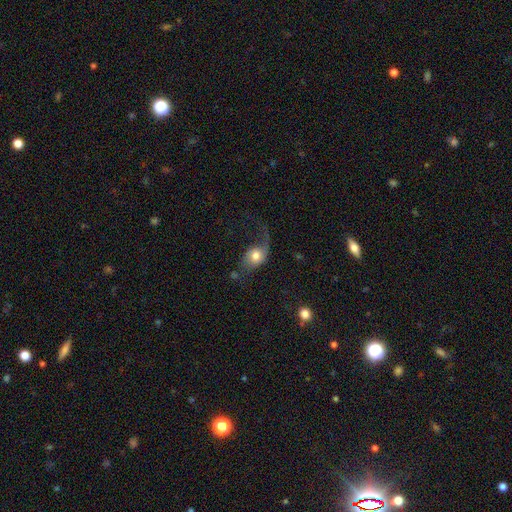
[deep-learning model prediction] Smooth or featured: smooth — 50% (featured or disk — 42%)
Merging: major disturbance — 38% (none — 35%)